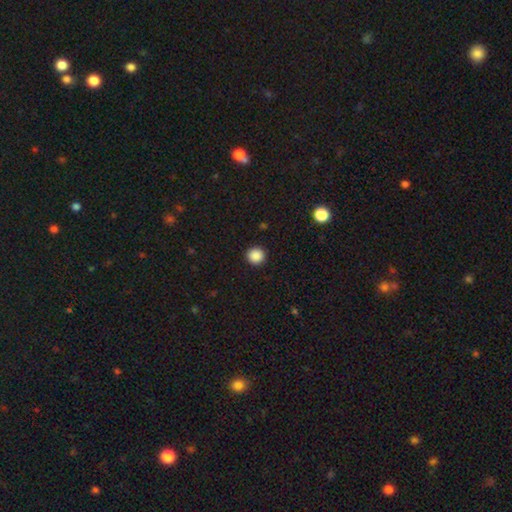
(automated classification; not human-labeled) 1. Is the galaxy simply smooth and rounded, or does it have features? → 88% smooth, 10% star or artifact, 2% featured or disk.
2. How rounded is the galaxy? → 94% round, 5% in between, 1% cigar-shaped.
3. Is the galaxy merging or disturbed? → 93% none, 5% minor disturbance, 2% major disturbance, 1% merger.